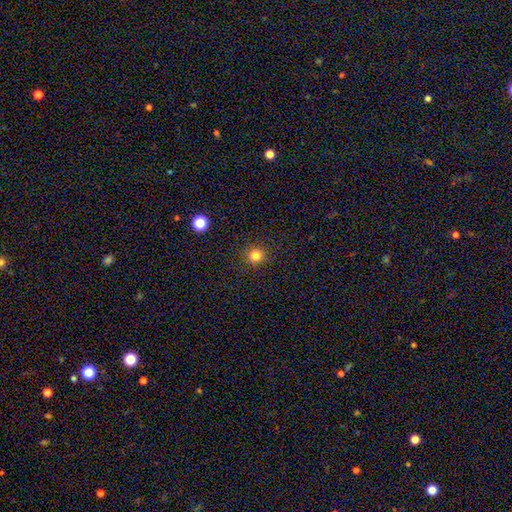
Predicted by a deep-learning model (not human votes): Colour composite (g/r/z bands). It shows a smooth galaxy with no disk features (81%) that is round (91%). Merging: none (90%).